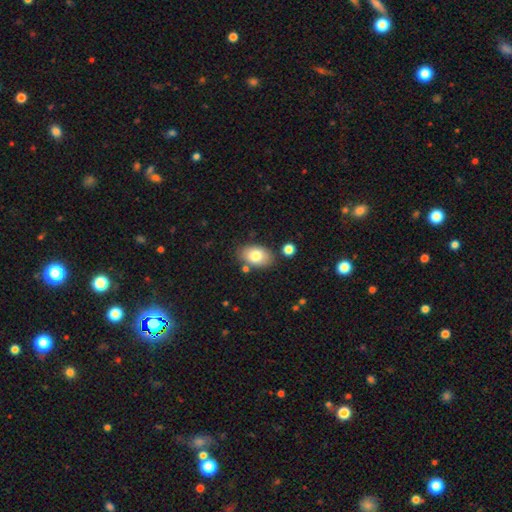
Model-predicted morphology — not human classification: The model was most divided on "smooth or featured": smooth: 80%, featured or disk: 13%, star or artifact: 7%. More confident: how rounded — in between (89%); merging — none (80%).